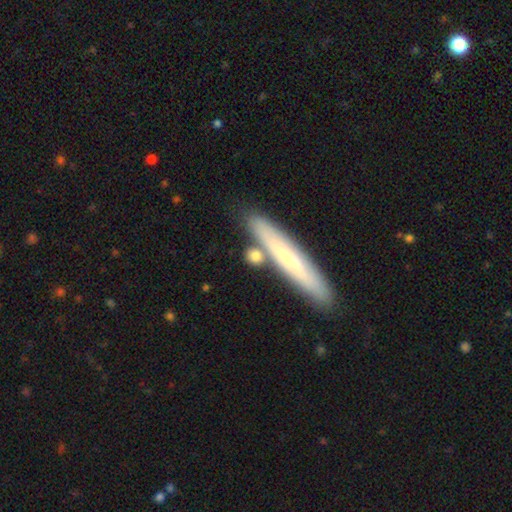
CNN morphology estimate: The model was most divided on "how rounded": cigar-shaped: 56%, round: 24%, in between: 20%. More confident: merging — none (72%); smooth or featured — smooth (70%).